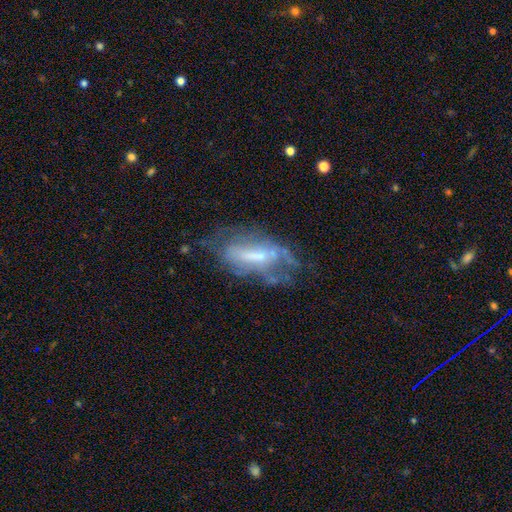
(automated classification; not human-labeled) Smooth or featured: featured or disk — 63% (smooth — 27%)
Edge-on disk: no — 86% (yes — 14%)
Bar: weak — 37% (no — 36%)
Spiral arms: no — 57% (yes — 43%)
Bulge size: small — 43% (moderate — 32%)
Merging: none — 44% (major disturbance — 26%)